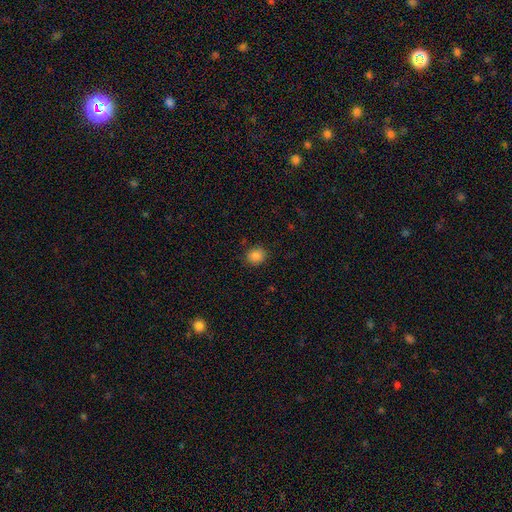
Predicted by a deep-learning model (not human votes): Smooth or featured? smooth (85%)
How rounded? round (77%)
Merging? none (87%)